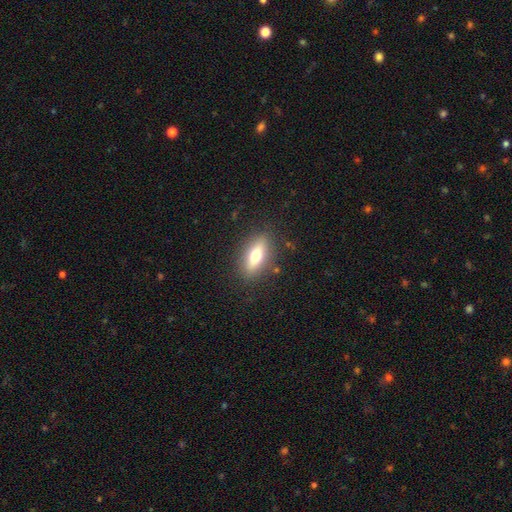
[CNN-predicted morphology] Q: Smooth or featured?
A: smooth (60%); runner-up: featured or disk (32%)
Q: How rounded?
A: in between (69%); runner-up: cigar-shaped (26%)
Q: Merging?
A: none (86%); runner-up: minor disturbance (10%)